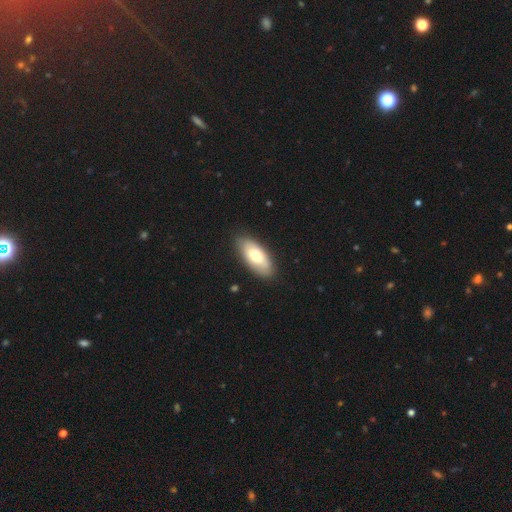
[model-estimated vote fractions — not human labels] Smooth or featured: smooth — 68% (featured or disk — 27%)
How rounded: in between — 88% (cigar-shaped — 10%)
Merging: none — 86% (minor disturbance — 11%)